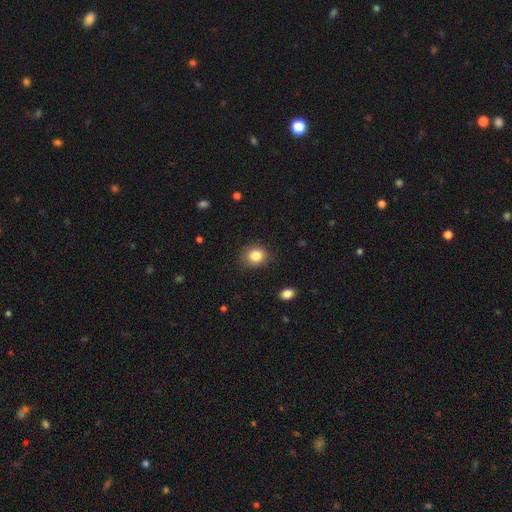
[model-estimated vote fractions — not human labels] smooth-or-featured: smooth: 84% | star or artifact: 10% | featured or disk: 6%
  how-rounded: round: 73% | in between: 26% | cigar-shaped: 1%
  merging: none: 84% | minor disturbance: 12% | major disturbance: 3% | merger: 1%